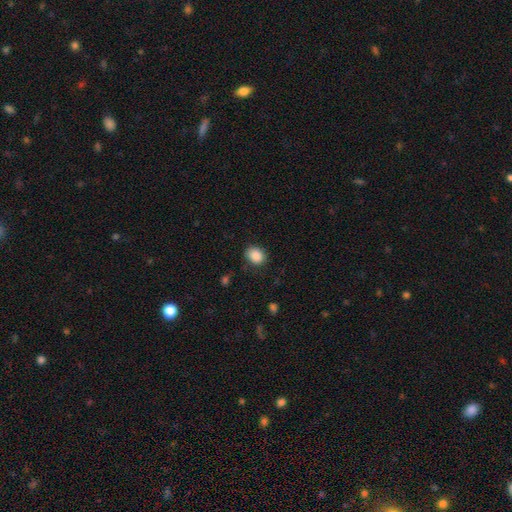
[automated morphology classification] Smooth or featured? Predicted: smooth (p=0.88). How rounded? Predicted: round (p=0.51). Merging? Predicted: none (p=0.82).